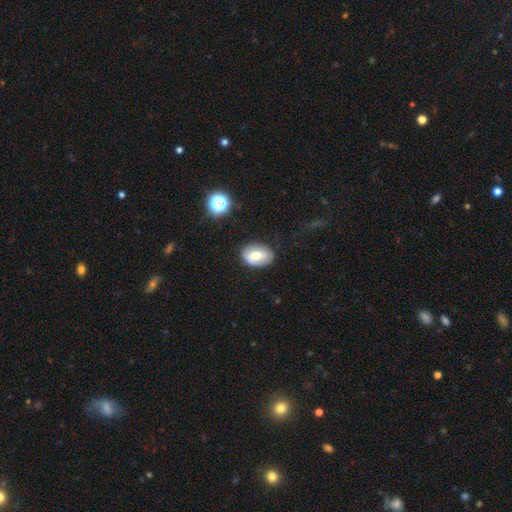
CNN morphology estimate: This appears to be a smooth galaxy with no disk features (57%) that is in between round and cigar-shaped (78%). Merging: none (79%).